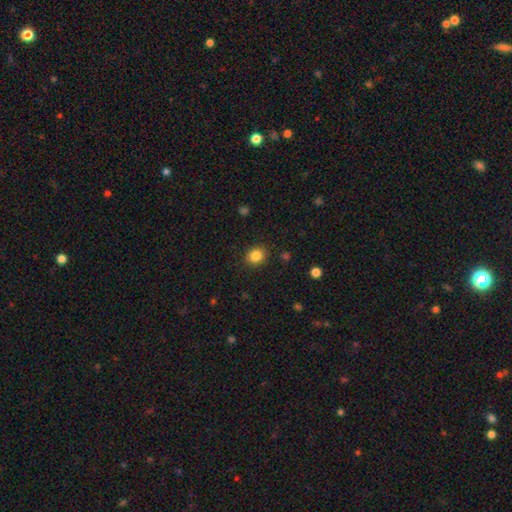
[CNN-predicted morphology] Smooth or featured? smooth (85%)
How rounded? round (63%)
Merging? none (88%)